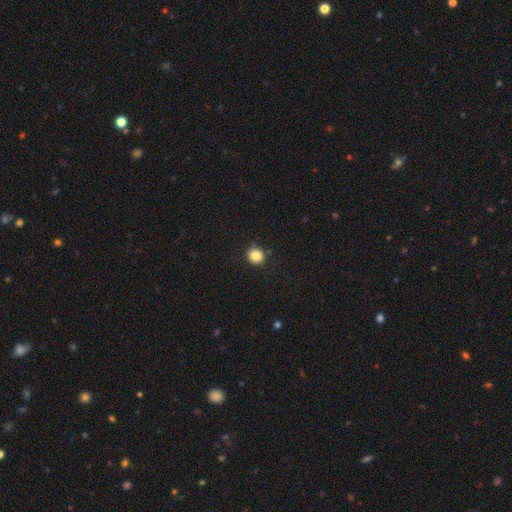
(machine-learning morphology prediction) Q: Smooth or featured?
A: smooth (84%); runner-up: star or artifact (11%)
Q: How rounded?
A: round (91%); runner-up: in between (8%)
Q: Merging?
A: none (87%); runner-up: minor disturbance (9%)